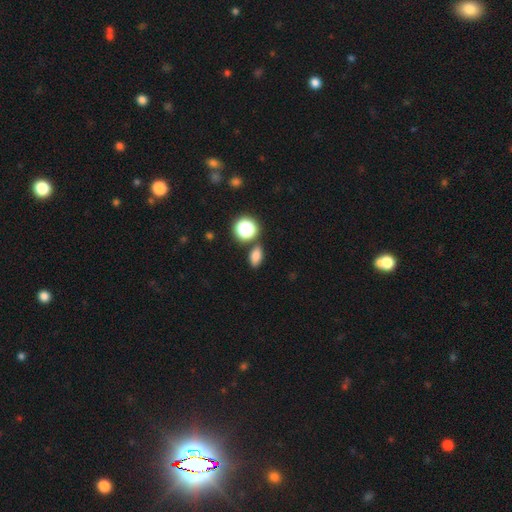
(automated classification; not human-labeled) Overall: smooth (78%). How rounded: in between (80%). Merging: none (79%).